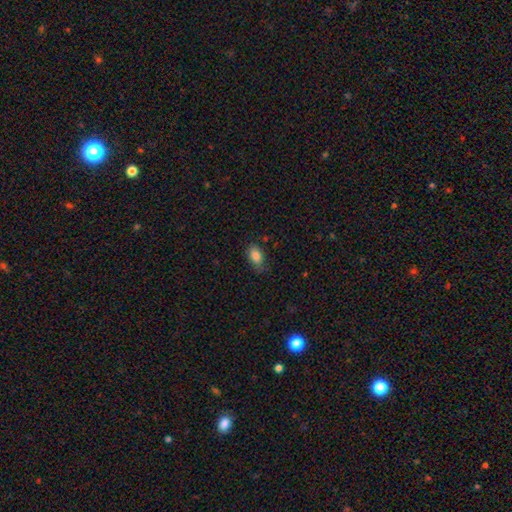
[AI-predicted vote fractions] Smooth or featured?
  - smooth: 86% *
  - star or artifact: 8%
  - featured or disk: 6%
How rounded?
  - in between: 89% *
  - round: 9%
  - cigar-shaped: 2%
Merging?
  - none: 69% *
  - minor disturbance: 24%
  - major disturbance: 5%
  - merger: 1%